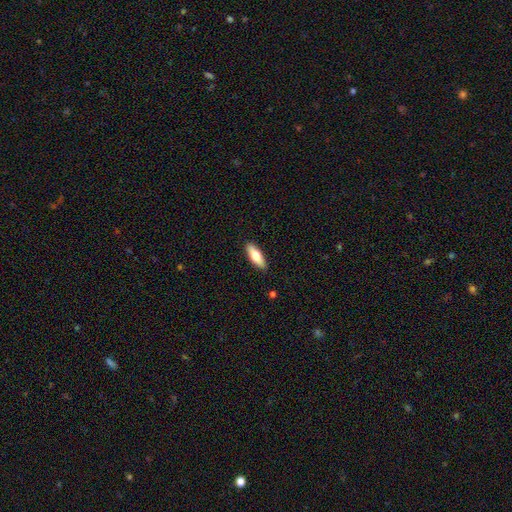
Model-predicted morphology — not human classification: This is likely a smooth galaxy (65%). How rounded: possibly in between (57%). Merging: clearly none (90%).